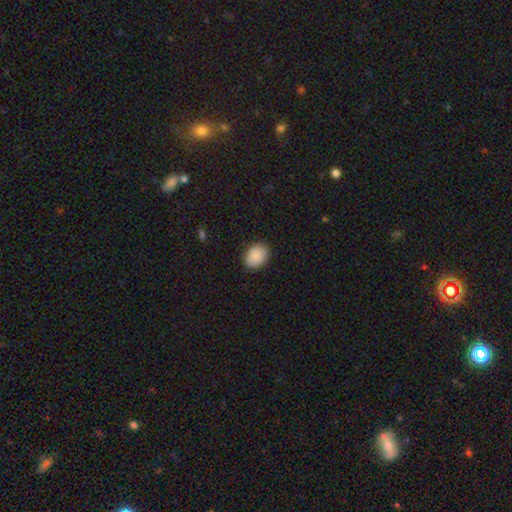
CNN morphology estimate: Overall: smooth (89%). How rounded: in between (69%; round 30%). Merging: none (88%).